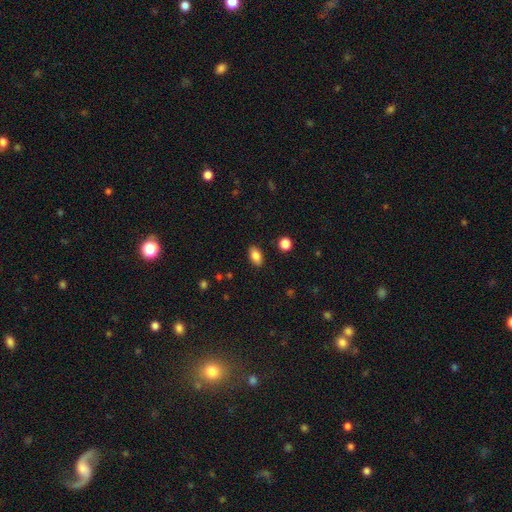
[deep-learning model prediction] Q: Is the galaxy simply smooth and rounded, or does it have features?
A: smooth — 85%.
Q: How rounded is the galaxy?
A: in between — 89%.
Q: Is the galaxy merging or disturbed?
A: none — 88%.